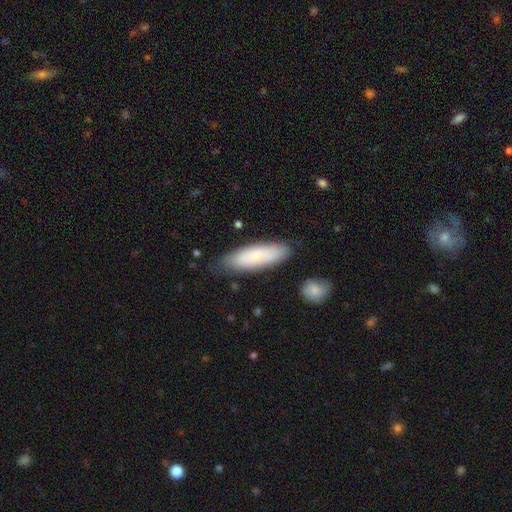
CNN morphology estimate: A smooth galaxy with no disk features (76%) that is cigar-shaped (51%). Merging: none (78%).